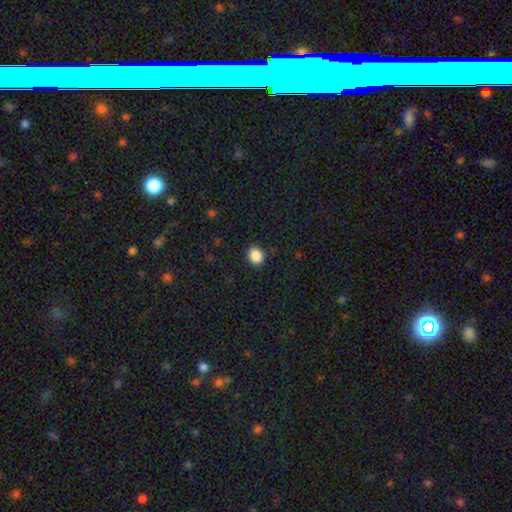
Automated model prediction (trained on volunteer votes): Smooth or featured: smooth — 88% (star or artifact — 10%)
How rounded: round — 60% (in between — 39%)
Merging: none — 88% (minor disturbance — 9%)